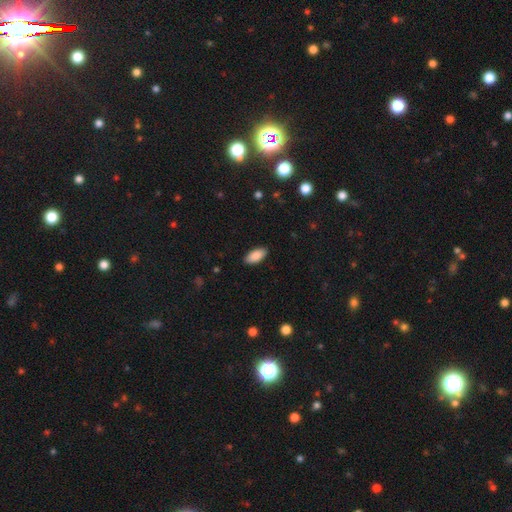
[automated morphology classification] A smooth galaxy with no disk features (89%) that is in between round and cigar-shaped (91%). Merging: none (89%).